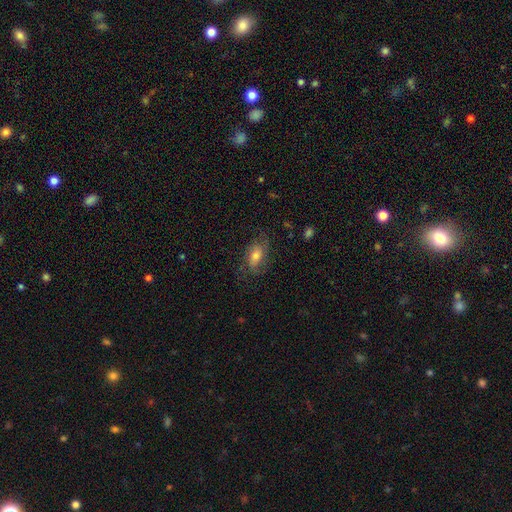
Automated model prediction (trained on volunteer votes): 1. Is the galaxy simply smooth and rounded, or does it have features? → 54% featured or disk, 36% smooth, 10% star or artifact.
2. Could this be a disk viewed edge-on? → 92% no, 8% yes.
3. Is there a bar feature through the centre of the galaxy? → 57% no, 33% weak, 9% strong.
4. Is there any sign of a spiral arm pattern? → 87% yes, 13% no.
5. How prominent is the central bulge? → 56% moderate, 22% small, 16% large, 3% none, 2% dominant.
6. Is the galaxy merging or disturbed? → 68% none, 19% minor disturbance, 11% major disturbance, 1% merger.